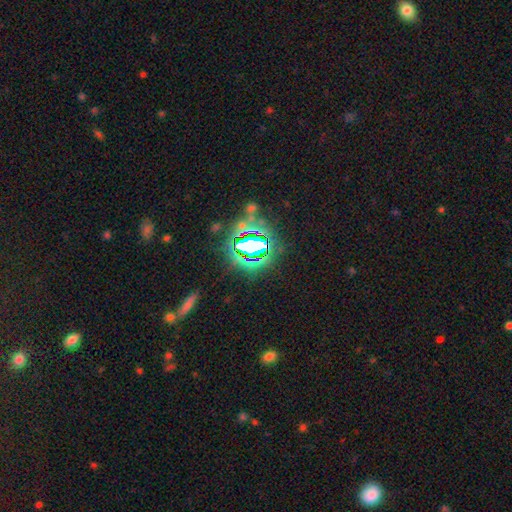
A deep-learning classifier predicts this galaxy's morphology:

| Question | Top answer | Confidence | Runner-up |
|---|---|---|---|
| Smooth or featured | star or artifact | 73% | smooth (15%) |